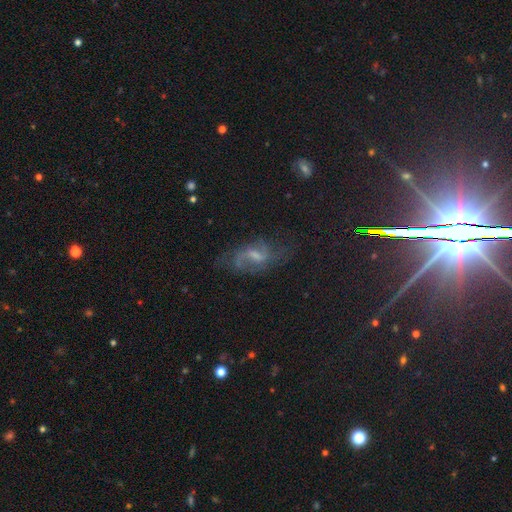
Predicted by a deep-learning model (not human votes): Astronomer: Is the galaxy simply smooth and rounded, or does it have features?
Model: featured or disk — 65%.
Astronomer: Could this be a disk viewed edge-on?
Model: no — 94%.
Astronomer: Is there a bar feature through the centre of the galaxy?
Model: weak — 58%.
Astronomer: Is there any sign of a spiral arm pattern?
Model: yes — 89%.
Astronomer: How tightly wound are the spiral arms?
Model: loose — 46% (runner-up: medium, 39%).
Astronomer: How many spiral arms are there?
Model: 2 — 71%.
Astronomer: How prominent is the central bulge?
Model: small — 45% (runner-up: moderate, 37%).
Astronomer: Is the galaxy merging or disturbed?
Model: none — 64%.